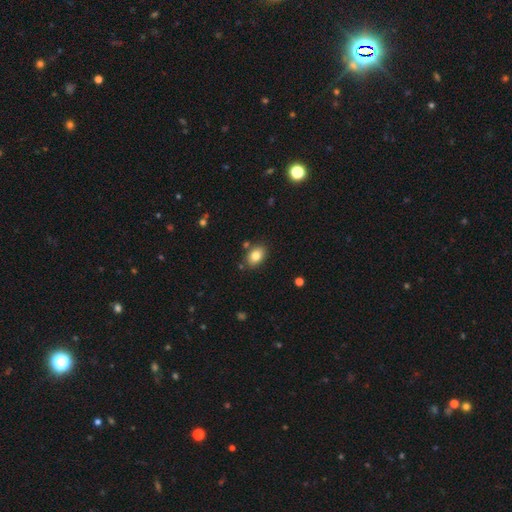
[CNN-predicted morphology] This appears to be a smooth galaxy with no disk features (83%) that is in between round and cigar-shaped (80%). Merging: none (83%).